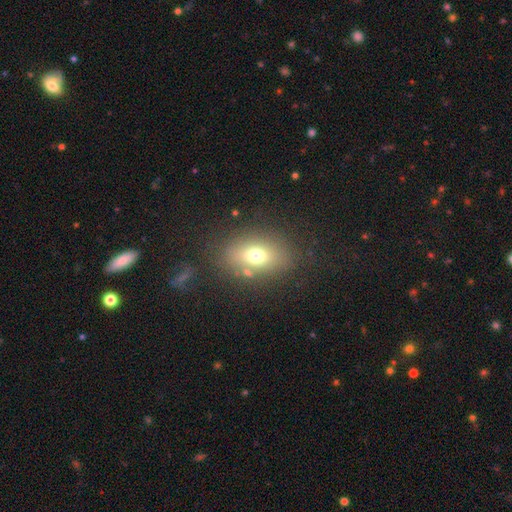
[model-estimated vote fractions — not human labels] smooth_or_featured: smooth (p=0.69) [alt: featured or disk p=0.17]
how_rounded: in between (p=0.75) [alt: round p=0.23]
merging: none (p=0.76) [alt: minor disturbance p=0.13]